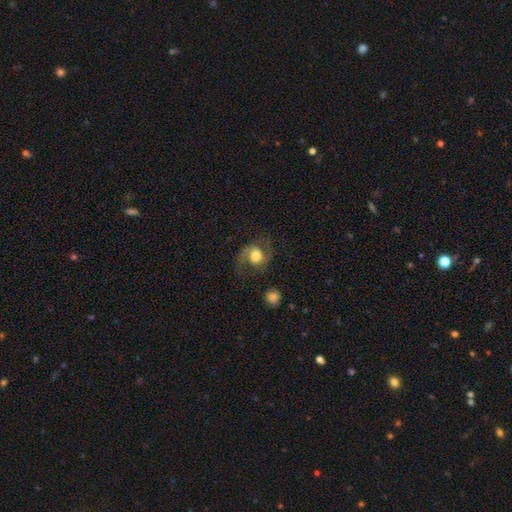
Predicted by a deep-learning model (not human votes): smooth_or_featured: featured or disk (p=0.65) [alt: smooth p=0.28]
disk_edge_on: no (p=0.97) [alt: yes p=0.03]
bar: no (p=0.60) [alt: weak p=0.31]
has_spiral_arms: yes (p=0.90) [alt: no p=0.10]
spiral_winding: medium (p=0.51) [alt: loose p=0.36]
spiral_arm_count: 2 (p=0.91) [alt: can't tell p=0.03]
bulge_size: moderate (p=0.53) [alt: large p=0.34]
merging: none (p=0.70) [alt: minor disturbance p=0.16]